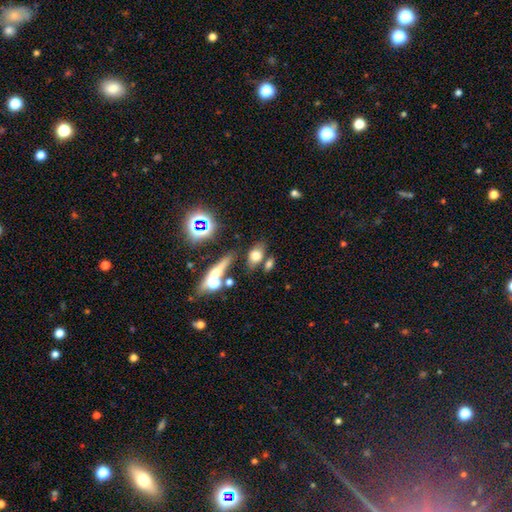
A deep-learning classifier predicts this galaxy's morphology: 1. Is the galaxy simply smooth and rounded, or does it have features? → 68% smooth, 16% star or artifact, 16% featured or disk.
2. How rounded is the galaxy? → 73% in between, 23% round, 5% cigar-shaped.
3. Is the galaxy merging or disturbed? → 61% none, 19% merger, 14% minor disturbance, 6% major disturbance.